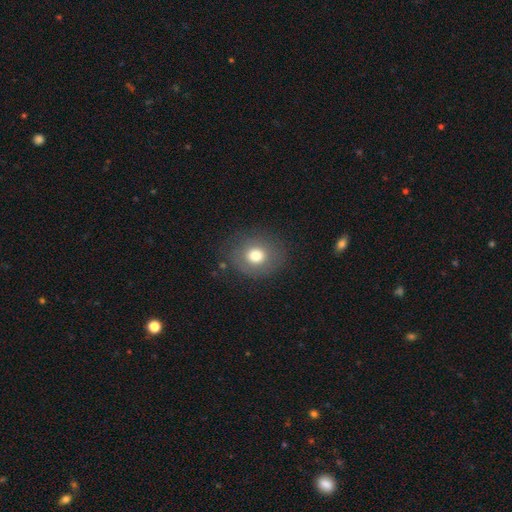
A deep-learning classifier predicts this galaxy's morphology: This appears to be a smooth galaxy with no disk features (74%) that is round (72%). Merging: none (80%).